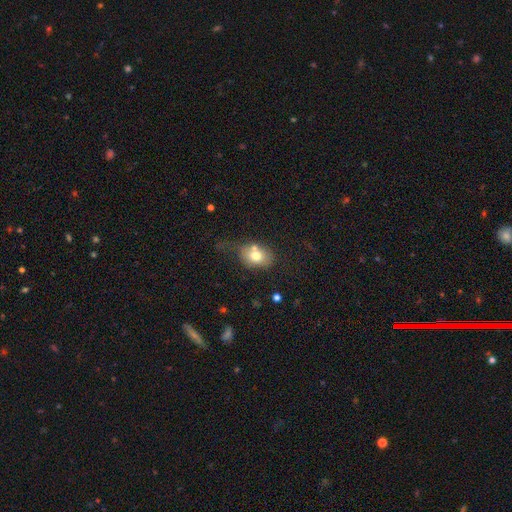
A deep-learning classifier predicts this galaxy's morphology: smooth 73%, featured or disk 18%, star or artifact 9%. Down the decision tree: how rounded — in between (64%); merging — none (44%).